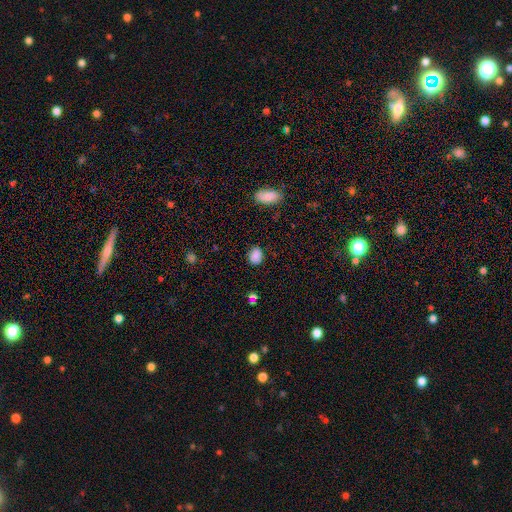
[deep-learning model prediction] Morphology: type=smooth (86%); roundness=in between (56%); merging=none (83%).